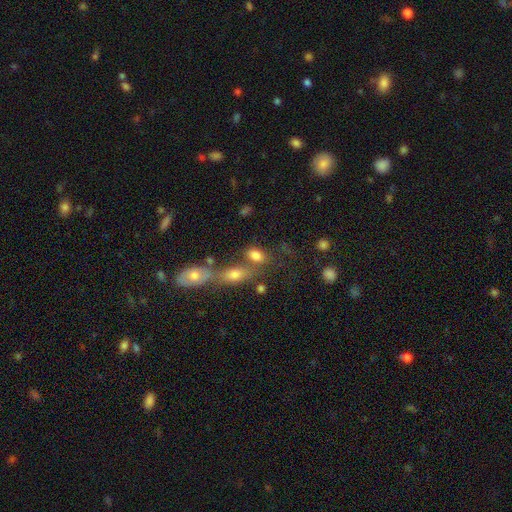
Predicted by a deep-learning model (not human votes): A smooth galaxy with no disk features (78%) that is in between round and cigar-shaped (82%). Merging: none (47%).